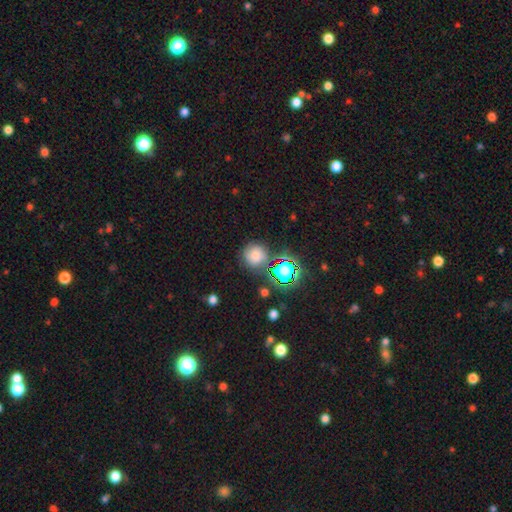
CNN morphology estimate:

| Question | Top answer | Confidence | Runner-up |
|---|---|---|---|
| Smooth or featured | smooth | 66% | star or artifact (23%) |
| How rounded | round | 88% | in between (11%) |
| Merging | none | 70% | minor disturbance (16%) |